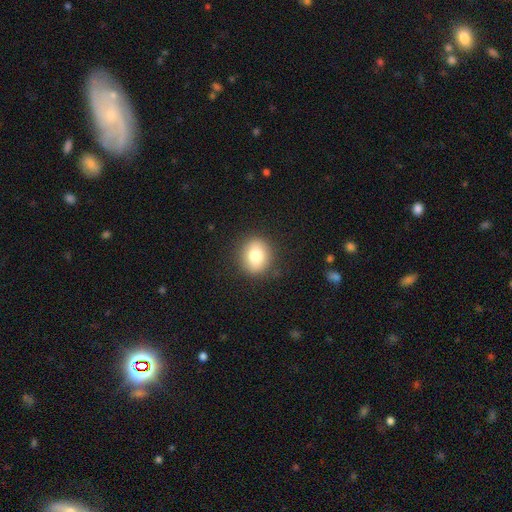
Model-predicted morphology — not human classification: Overall: smooth (79%). How rounded: round (72%). Merging: none (87%).